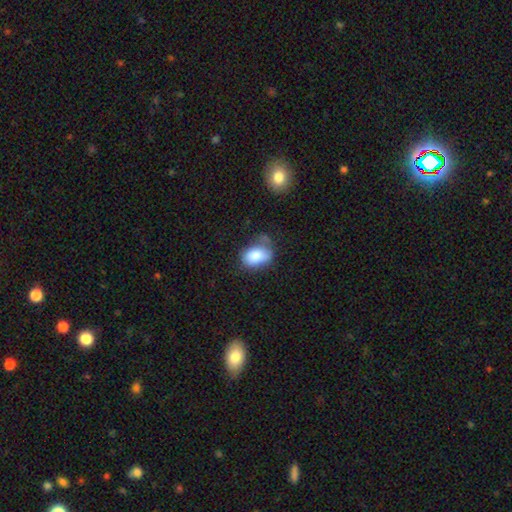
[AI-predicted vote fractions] Overall: smooth (82%). How rounded: in between (82%). Merging: none (44%; minor disturbance 33%).